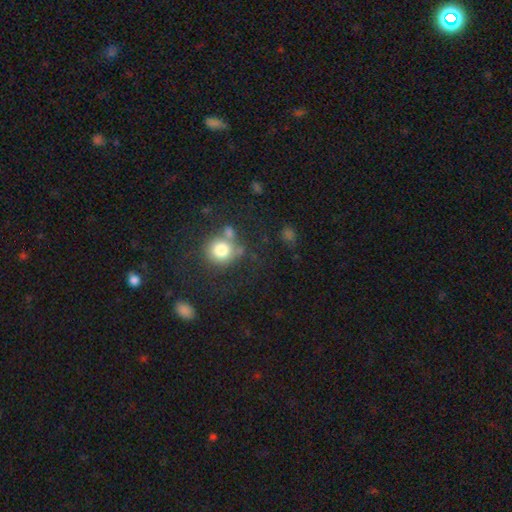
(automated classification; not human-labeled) A smooth galaxy with no disk features (54%) that is round (85%). Merging: none (74%).